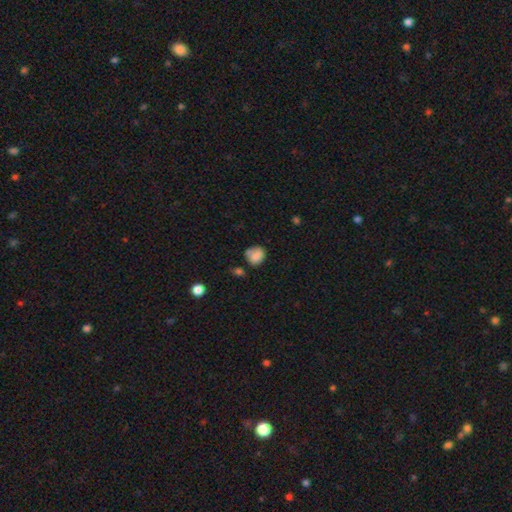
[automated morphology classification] Overall: smooth (77%). How rounded: round (60%; in between 39%). Merging: none (49%; minor disturbance 28%).